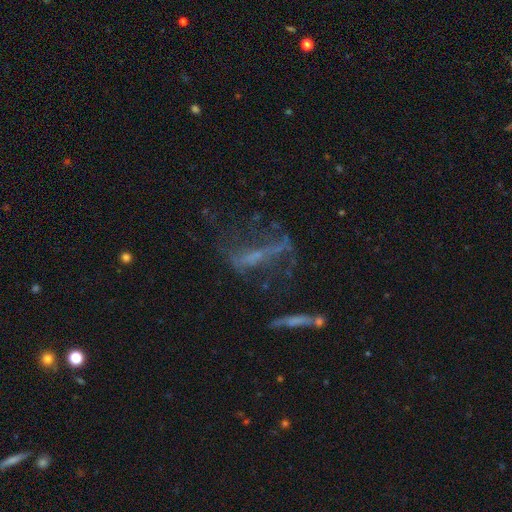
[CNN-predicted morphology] A featured or disk galaxy (58%).

Vote fractions:
- Smooth or featured? featured or disk: 58% / star or artifact: 22% / smooth: 19%
- Edge-on disk? no: 75% / yes: 25%
- Merging? none: 38% / major disturbance: 37% / minor disturbance: 17% / merger: 8%